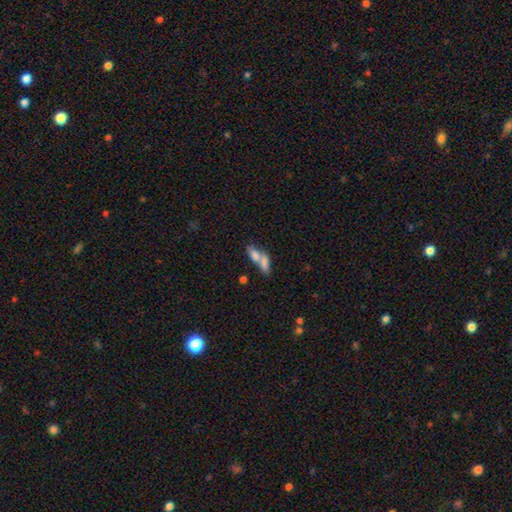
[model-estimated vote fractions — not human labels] Smooth or featured? smooth (71%)
How rounded? in between (70%)
Merging? merger (64%)